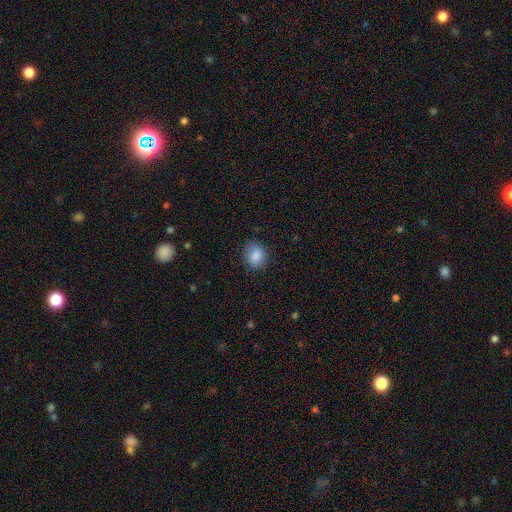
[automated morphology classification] smooth-or-featured: smooth: 85% | star or artifact: 8% | featured or disk: 6%
  how-rounded: round: 60% | in between: 39% | cigar-shaped: 1%
  merging: none: 79% | minor disturbance: 16% | major disturbance: 4% | merger: 1%